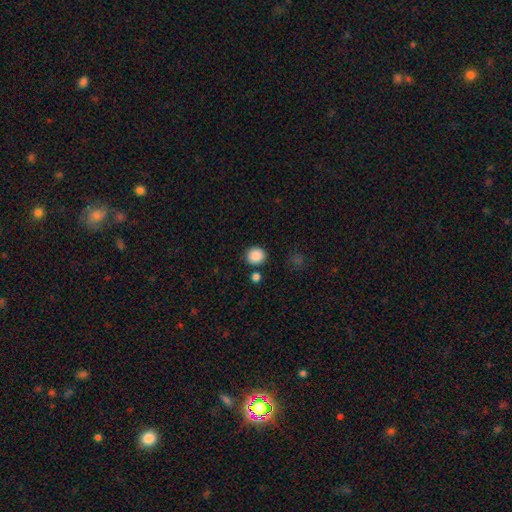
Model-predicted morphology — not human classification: Smooth or featured?
  - smooth: 88% *
  - star or artifact: 10%
  - featured or disk: 3%
How rounded?
  - round: 92% *
  - in between: 8%
  - cigar-shaped: 1%
Merging?
  - none: 86% *
  - minor disturbance: 7%
  - merger: 5%
  - major disturbance: 2%